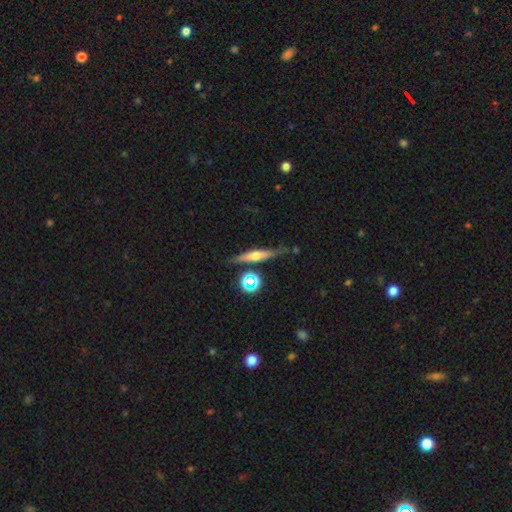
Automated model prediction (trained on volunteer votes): This appears to be a featured or disk galaxy (58%) viewed edge-on (94%) with a rounded central bulge (81%). Merging: none (77%).